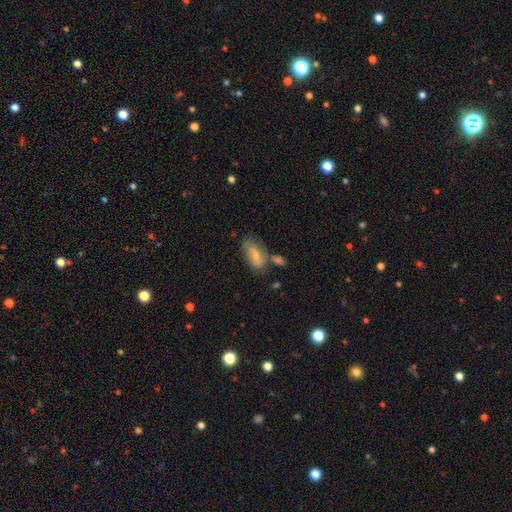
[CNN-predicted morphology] Smooth or featured? Predicted: smooth (p=0.55). How rounded? Predicted: in between (p=0.89). Merging? Predicted: none (p=0.49).